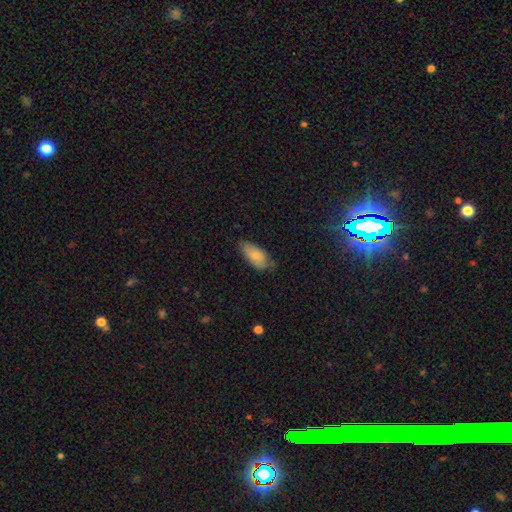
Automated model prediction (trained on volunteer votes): smooth-or-featured: smooth: 78% | featured or disk: 15% | star or artifact: 6%
  how-rounded: in between: 90% | cigar-shaped: 8% | round: 2%
  merging: none: 60% | minor disturbance: 32% | major disturbance: 7% | merger: 2%